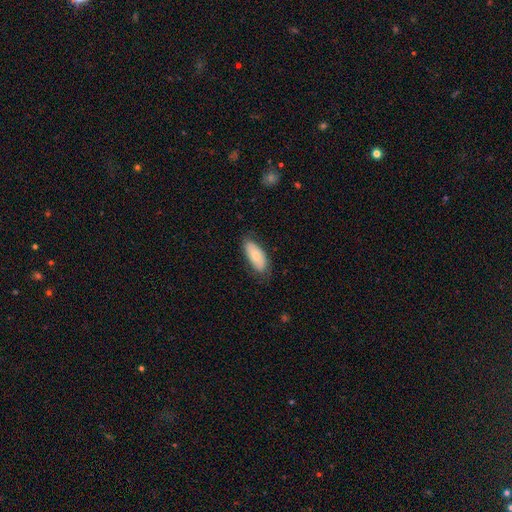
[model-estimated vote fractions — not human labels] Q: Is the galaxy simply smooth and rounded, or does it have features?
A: smooth — 67%.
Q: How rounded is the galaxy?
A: in between — 88%.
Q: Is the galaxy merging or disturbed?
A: none — 74%.